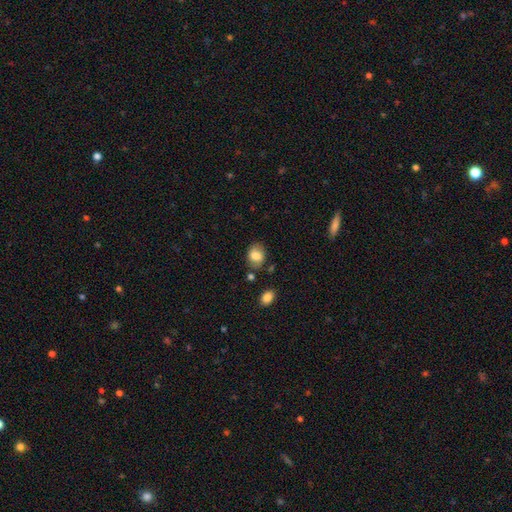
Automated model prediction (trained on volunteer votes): Morphology: type=smooth (78%); roundness=in between (62%); merging=none (74%).